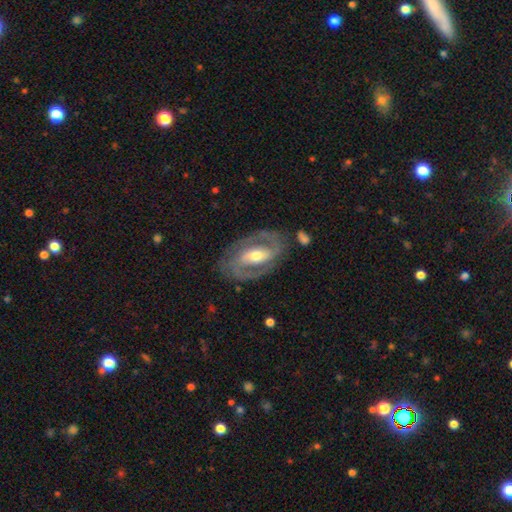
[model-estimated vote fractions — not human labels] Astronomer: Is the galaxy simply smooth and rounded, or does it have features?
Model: featured or disk — 85%.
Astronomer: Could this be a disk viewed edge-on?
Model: no — 96%.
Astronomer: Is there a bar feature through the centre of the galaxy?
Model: strong — 44% (runner-up: weak, 33%).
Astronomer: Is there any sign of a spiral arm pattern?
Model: yes — 88%.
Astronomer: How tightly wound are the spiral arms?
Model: medium — 47% (runner-up: tight, 40%).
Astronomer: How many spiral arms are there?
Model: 2 — 88%.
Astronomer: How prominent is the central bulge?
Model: moderate — 66%.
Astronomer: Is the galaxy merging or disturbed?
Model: none — 80%.